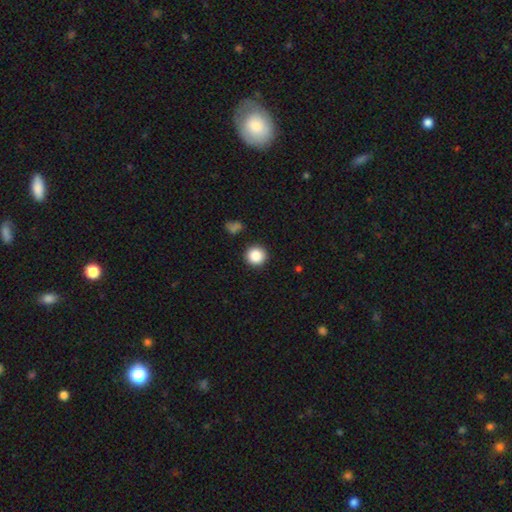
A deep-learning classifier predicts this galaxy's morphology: A smooth galaxy with no disk features (87%) that is round (94%).

Vote fractions:
- Smooth or featured? smooth: 87% / star or artifact: 10% / featured or disk: 4%
- How rounded? round: 94% / in between: 5% / cigar-shaped: 1%
- Merging? none: 90% / minor disturbance: 6% / major disturbance: 2% / merger: 2%